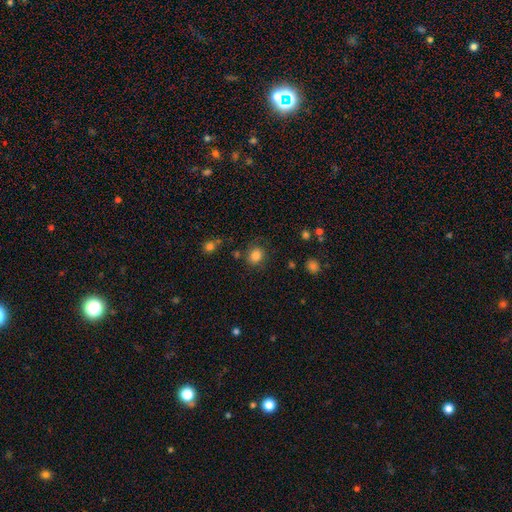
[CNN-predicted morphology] This is clearly a smooth galaxy (83%). How rounded: likely round (68%). Merging: likely none (78%).